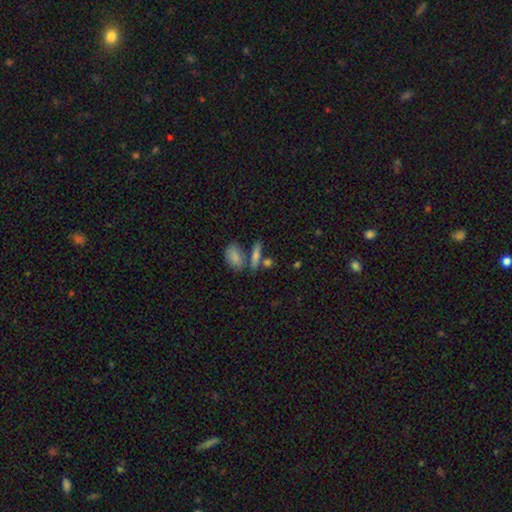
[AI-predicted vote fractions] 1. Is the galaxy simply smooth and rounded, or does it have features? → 68% smooth, 20% featured or disk, 12% star or artifact.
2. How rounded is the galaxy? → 49% in between, 41% cigar-shaped, 10% round.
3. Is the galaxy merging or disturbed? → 56% none, 27% merger, 11% minor disturbance, 5% major disturbance.